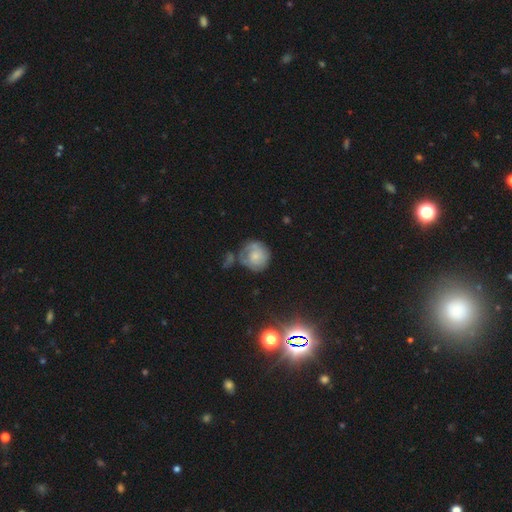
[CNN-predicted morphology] Overall: featured or disk (46%; smooth 45%). Merging: none (50%; minor disturbance 24%).